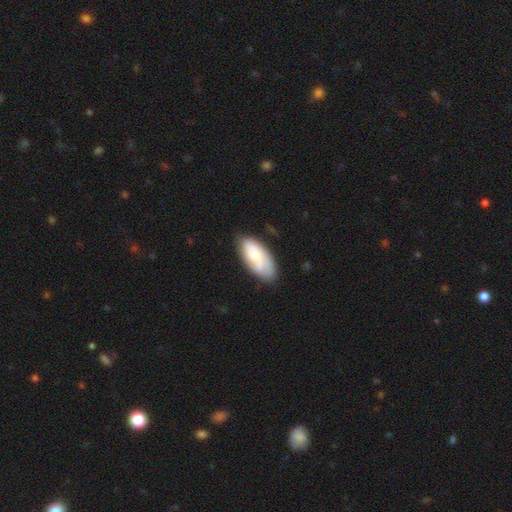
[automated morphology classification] smooth 63%, featured or disk 31%, star or artifact 6%. Down the decision tree: how rounded — in between (90%); merging — none (69%).